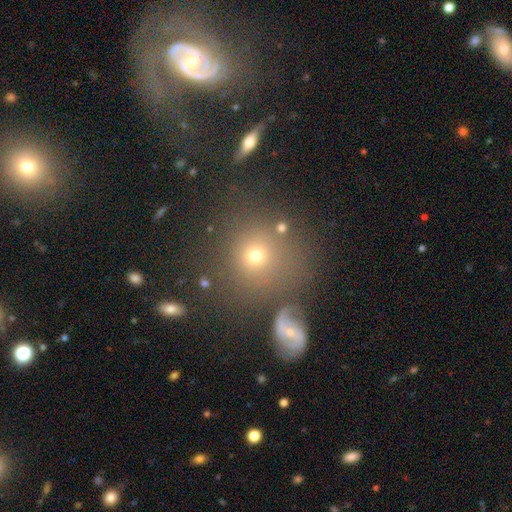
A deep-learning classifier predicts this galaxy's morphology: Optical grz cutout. It shows a smooth galaxy with no disk features (63%) that is round (88%). Merging: none (73%).